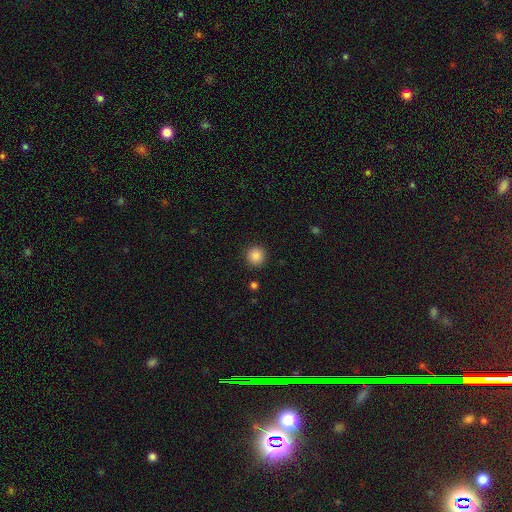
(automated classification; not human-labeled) A smooth galaxy with no disk features (87%) that is round (94%).

Vote fractions:
- Smooth or featured? smooth: 87% / star or artifact: 10% / featured or disk: 3%
- How rounded? round: 94% / in between: 5% / cigar-shaped: 1%
- Merging? none: 91% / minor disturbance: 5% / major disturbance: 2% / merger: 1%